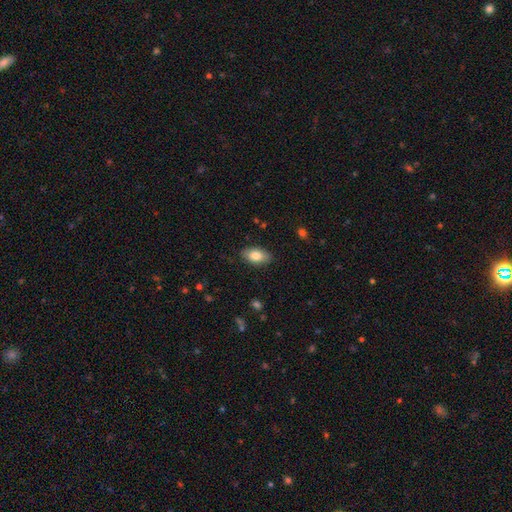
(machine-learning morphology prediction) Q: Smooth or featured?
A: smooth (82%); runner-up: featured or disk (12%)
Q: How rounded?
A: in between (93%); runner-up: round (5%)
Q: Merging?
A: none (85%); runner-up: minor disturbance (12%)